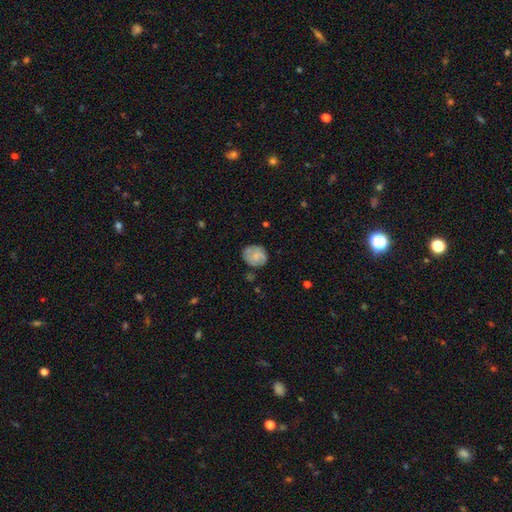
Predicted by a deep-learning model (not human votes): This is possibly a smooth galaxy (58%). How rounded: likely round (67%). Merging: likely none (72%).